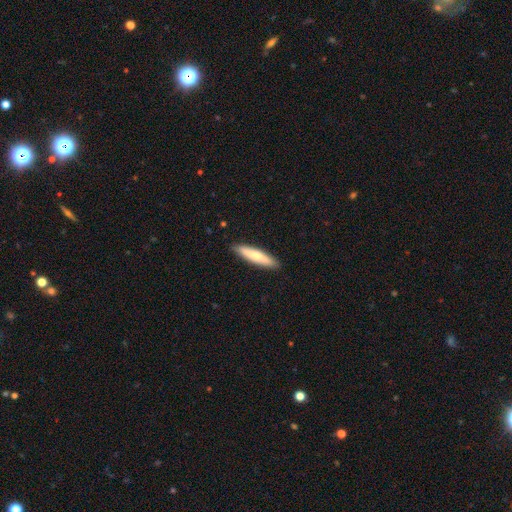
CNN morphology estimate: A smooth galaxy with no disk features (68%) that is cigar-shaped (84%).

Vote fractions:
- Smooth or featured? smooth: 68% / featured or disk: 27% / star or artifact: 5%
- How rounded? cigar-shaped: 84% / in between: 15% / round: 1%
- Merging? none: 90% / minor disturbance: 8% / major disturbance: 1% / merger: 1%